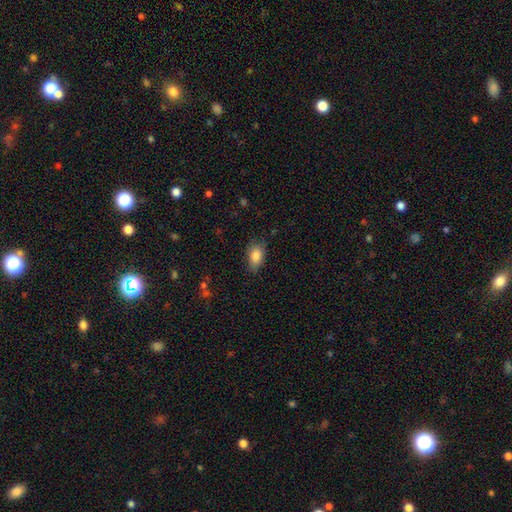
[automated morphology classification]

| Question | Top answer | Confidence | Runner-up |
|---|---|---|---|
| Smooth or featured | smooth | 84% | featured or disk (8%) |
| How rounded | in between | 89% | round (9%) |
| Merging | none | 74% | minor disturbance (20%) |